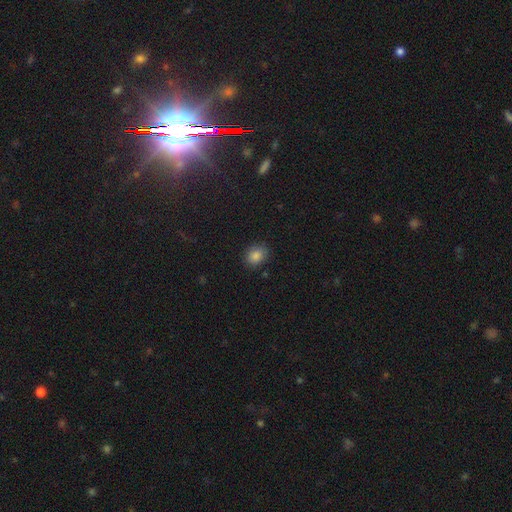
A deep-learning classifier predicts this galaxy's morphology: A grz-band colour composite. It shows a smooth galaxy with no disk features (85%) that is in between round and cigar-shaped (56%). Merging: none (84%).